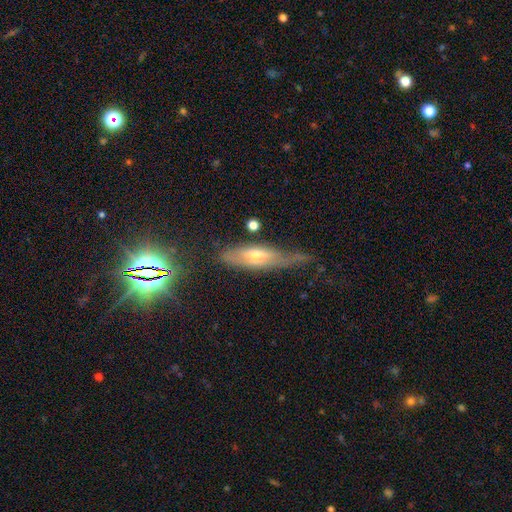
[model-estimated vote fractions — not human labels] A featured or disk galaxy (51%) viewed edge-on (68%).

Vote fractions:
- Smooth or featured? featured or disk: 51% / smooth: 39% / star or artifact: 9%
- Edge-on disk? yes: 68% / no: 32%
- Merging? none: 47% / minor disturbance: 33% / major disturbance: 16% / merger: 4%